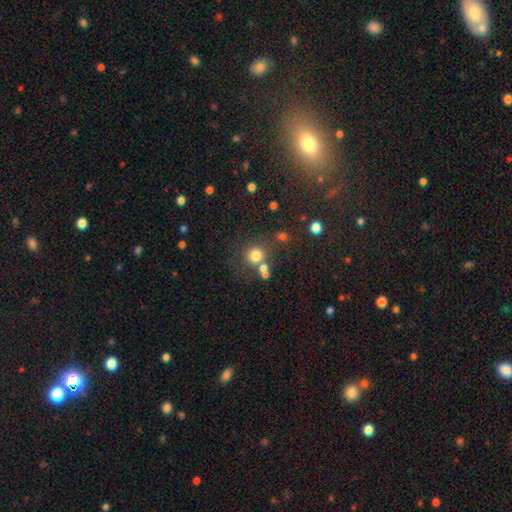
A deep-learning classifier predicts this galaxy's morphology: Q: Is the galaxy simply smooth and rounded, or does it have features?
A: smooth — 77%.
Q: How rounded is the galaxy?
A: round — 90%.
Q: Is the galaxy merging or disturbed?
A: none — 64%.